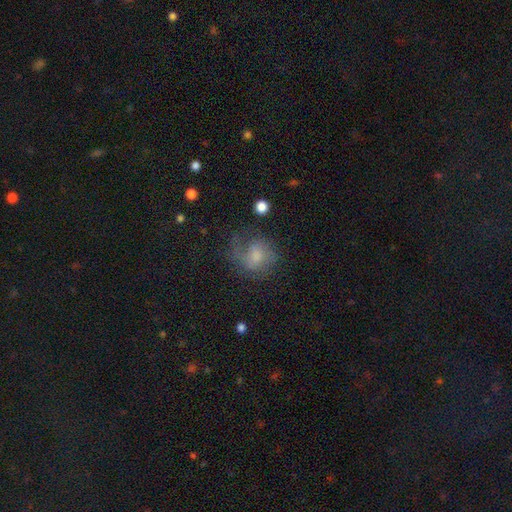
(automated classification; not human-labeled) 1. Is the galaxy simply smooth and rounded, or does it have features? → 46% featured or disk, 43% smooth, 11% star or artifact.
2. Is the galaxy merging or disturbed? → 47% none, 28% major disturbance, 23% minor disturbance, 3% merger.